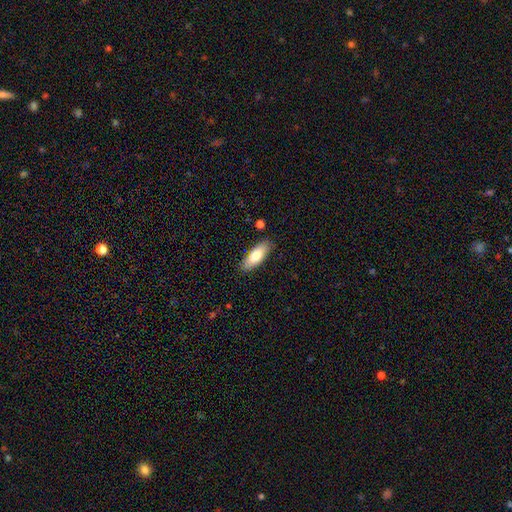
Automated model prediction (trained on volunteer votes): Smooth or featured: smooth — 78% (featured or disk — 16%)
How rounded: in between — 72% (cigar-shaped — 26%)
Merging: none — 86% (minor disturbance — 10%)